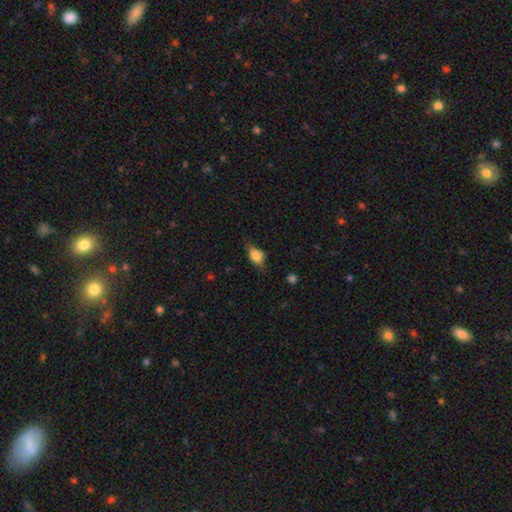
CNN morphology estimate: Smooth or featured? smooth (72%)
How rounded? in between (77%)
Merging? none (61%)